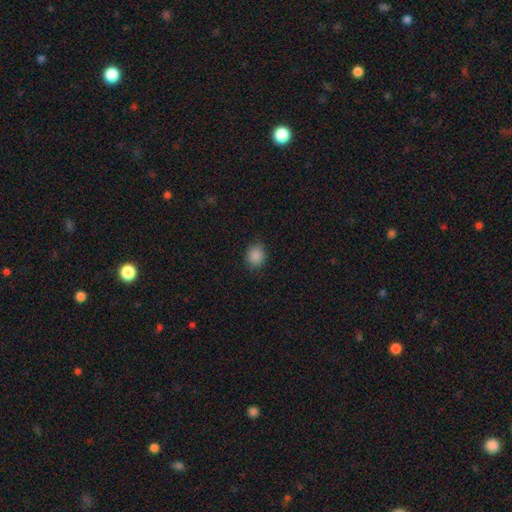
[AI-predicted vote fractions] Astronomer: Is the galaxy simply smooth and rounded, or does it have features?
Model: smooth — 87%.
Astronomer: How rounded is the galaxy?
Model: round — 72%.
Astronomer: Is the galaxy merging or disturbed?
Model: none — 87%.